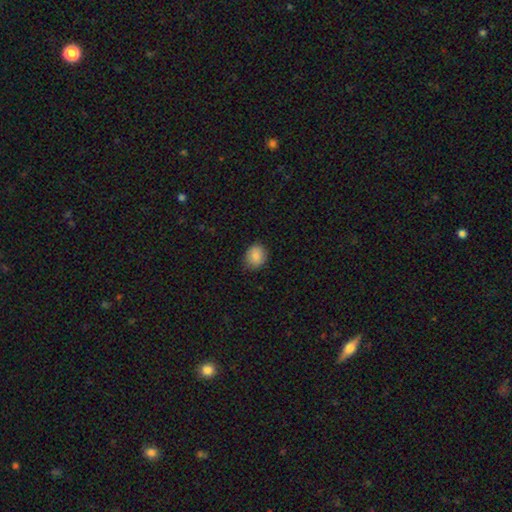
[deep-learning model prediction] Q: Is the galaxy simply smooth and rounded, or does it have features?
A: smooth — 85%.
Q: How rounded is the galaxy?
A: round — 62%.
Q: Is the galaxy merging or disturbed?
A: none — 83%.